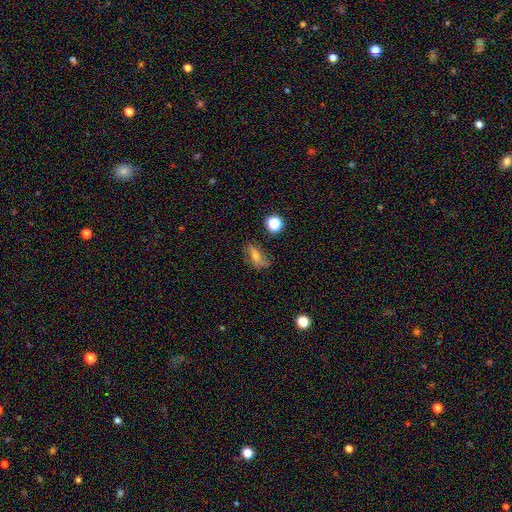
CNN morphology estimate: The model was most divided on "smooth or featured": smooth: 47%, featured or disk: 40%, star or artifact: 13%. More confident: merging — none (69%).